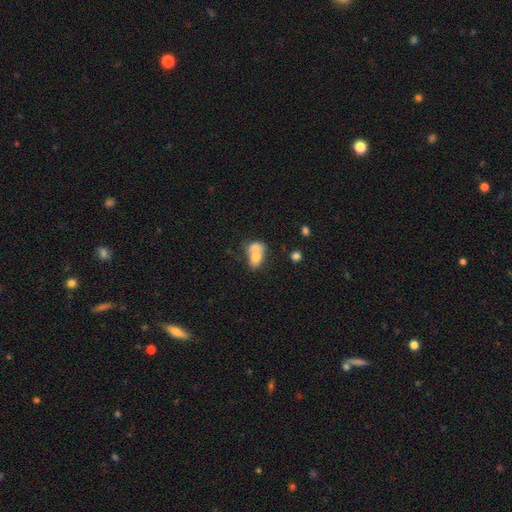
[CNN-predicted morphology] Overall: smooth (70%). How rounded: in between (76%). Merging: merger (66%).